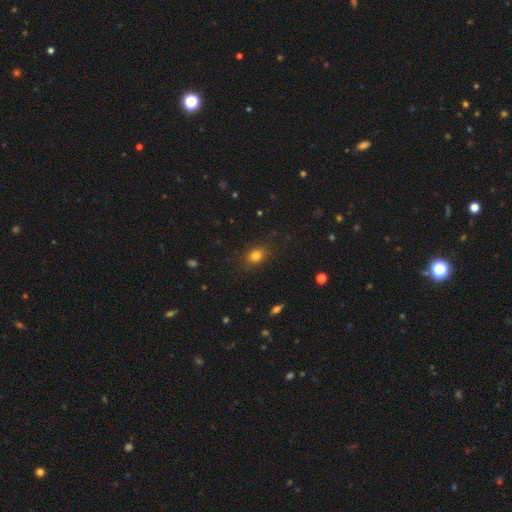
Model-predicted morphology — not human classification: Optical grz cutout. It shows a smooth galaxy with no disk features (79%) that is in between round and cigar-shaped (50%). Merging: none (82%).